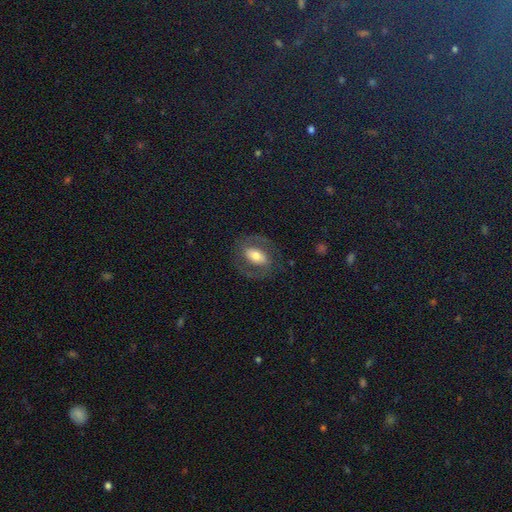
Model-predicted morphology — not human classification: Smooth or featured? featured or disk (55%)
Edge-on disk? no (93%)
Bar? strong (36%)
Spiral arms? yes (67%)
Bulge size? moderate (55%)
Merging? none (72%)